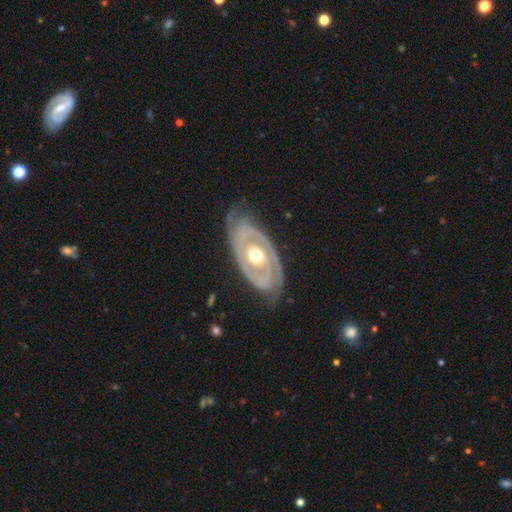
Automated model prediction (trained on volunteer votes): Smooth or featured? Predicted: featured or disk (p=0.88). Edge-on disk? Predicted: no (p=0.95). Bar? Predicted: no (p=0.80). Spiral arms? Predicted: yes (p=0.89). Spiral winding? Predicted: tight (p=0.69). Spiral arm count? Predicted: 2 (p=0.73). Bulge size? Predicted: moderate (p=0.78). Merging? Predicted: none (p=0.72).